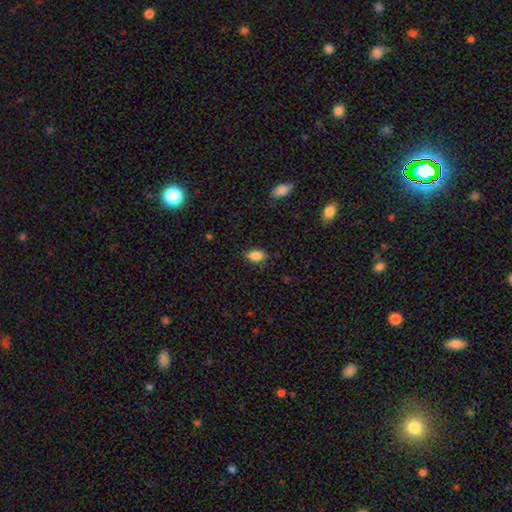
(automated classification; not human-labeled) A smooth galaxy with no disk features (87%) that is in between round and cigar-shaped (87%).

Vote fractions:
- Smooth or featured? smooth: 87% / star or artifact: 9% / featured or disk: 4%
- How rounded? in between: 87% / round: 11% / cigar-shaped: 2%
- Merging? none: 76% / minor disturbance: 19% / major disturbance: 4% / merger: 1%